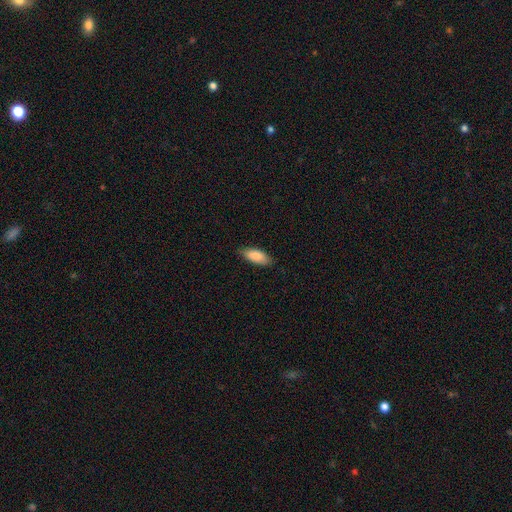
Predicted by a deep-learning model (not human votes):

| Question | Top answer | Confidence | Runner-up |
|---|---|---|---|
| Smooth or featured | smooth | 85% | featured or disk (9%) |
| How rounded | in between | 79% | cigar-shaped (19%) |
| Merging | none | 83% | minor disturbance (14%) |